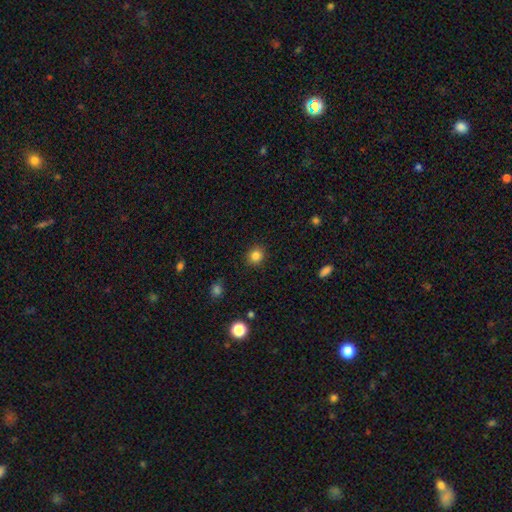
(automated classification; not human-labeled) This is clearly a smooth galaxy (83%). How rounded: clearly round (88%). Merging: clearly none (90%).